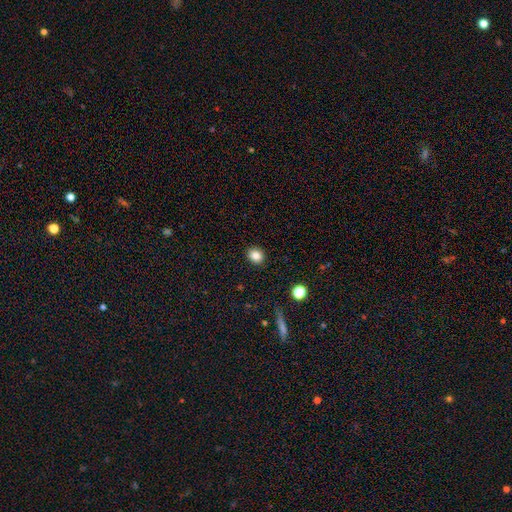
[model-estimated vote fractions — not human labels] This appears to be a smooth galaxy with no disk features (84%) that is round (72%). Merging: none (91%).